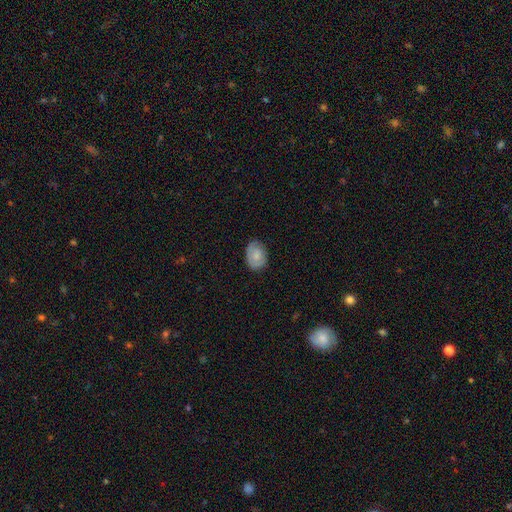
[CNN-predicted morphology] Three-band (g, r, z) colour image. It shows a smooth galaxy with no disk features (68%) that is in between round and cigar-shaped (70%). Merging: none (76%).